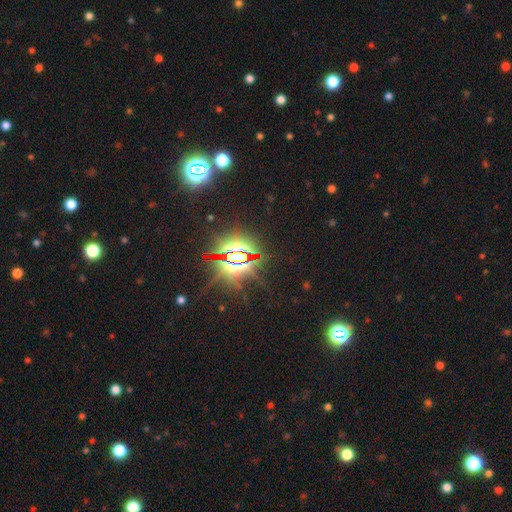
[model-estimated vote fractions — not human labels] Overall: star or artifact (83%).